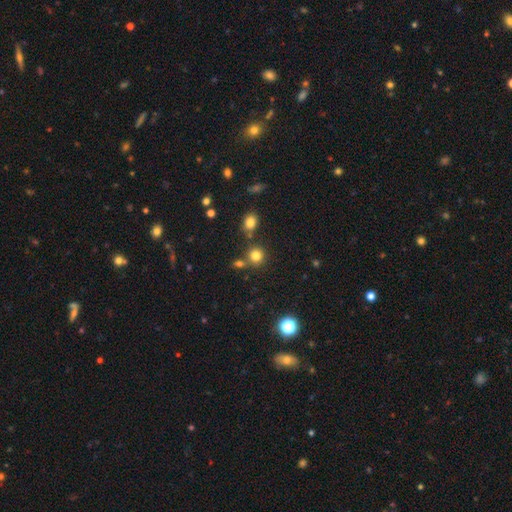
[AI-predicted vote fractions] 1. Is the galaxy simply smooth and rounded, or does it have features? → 79% smooth, 15% star or artifact, 6% featured or disk.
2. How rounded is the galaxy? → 89% round, 10% in between, 1% cigar-shaped.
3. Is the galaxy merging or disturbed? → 75% none, 14% merger, 8% minor disturbance, 3% major disturbance.